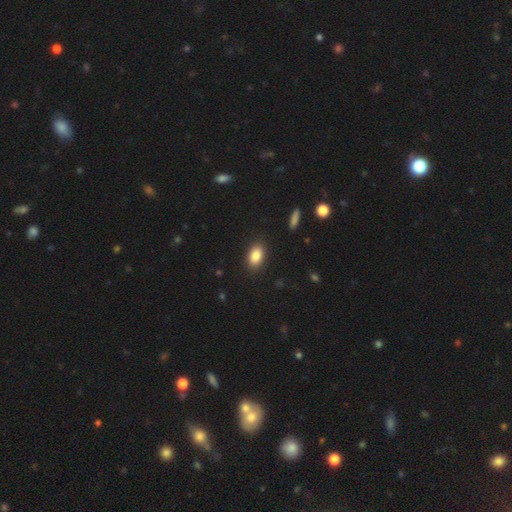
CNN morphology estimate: type=smooth (86%); roundness=in between (88%); merging=none (88%).